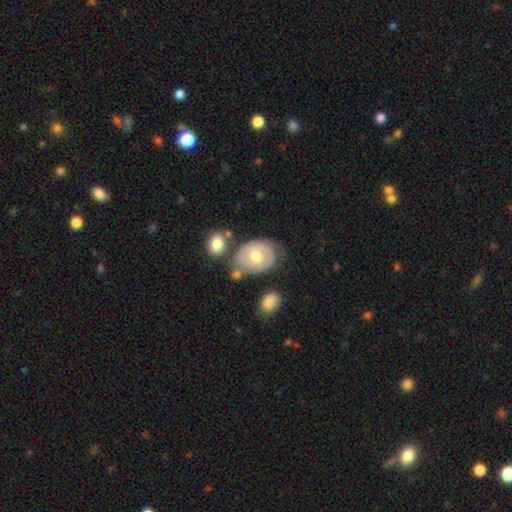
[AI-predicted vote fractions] The model was most divided on "smooth or featured": featured or disk: 51%, smooth: 42%, star or artifact: 6%. More confident: edge-on disk — no (95%); merging — none (52%).